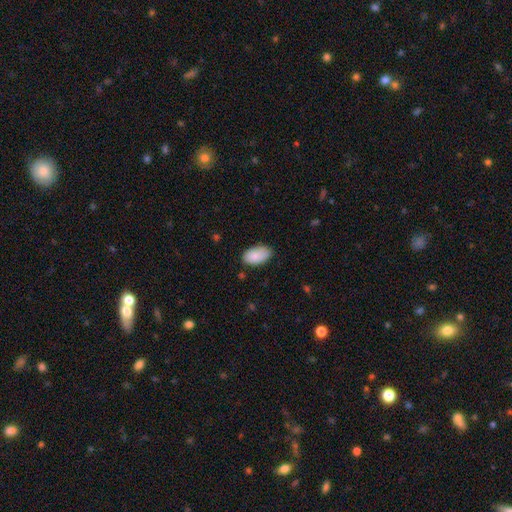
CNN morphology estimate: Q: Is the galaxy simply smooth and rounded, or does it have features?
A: smooth — 87%.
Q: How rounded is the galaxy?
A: in between — 95%.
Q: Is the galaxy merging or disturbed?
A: none — 74%.